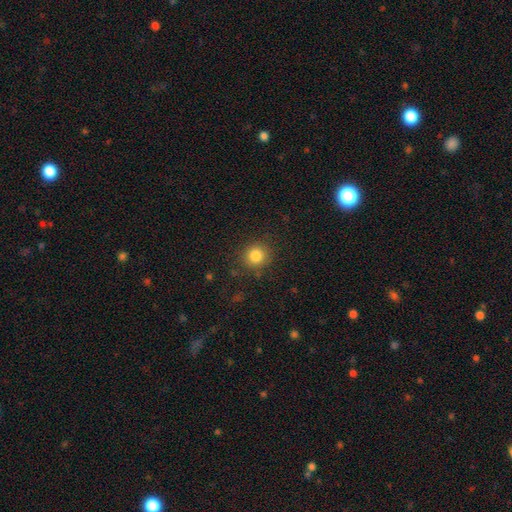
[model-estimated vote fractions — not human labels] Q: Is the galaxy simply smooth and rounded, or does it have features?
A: smooth — 83%.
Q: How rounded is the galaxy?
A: round — 89%.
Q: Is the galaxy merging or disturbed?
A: none — 86%.